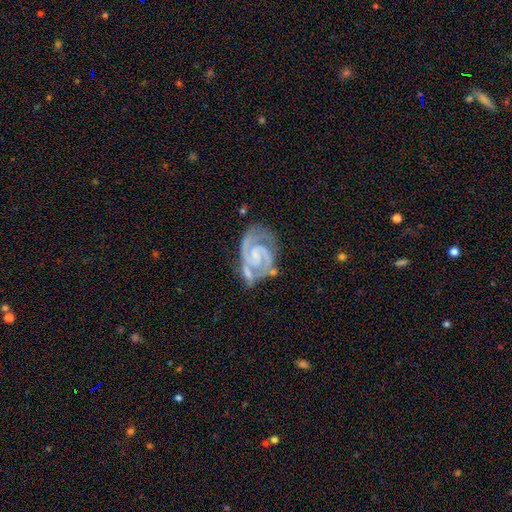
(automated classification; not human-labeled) This is clearly a featured or disk galaxy (92%). It is clearly not viewed edge-on (98%). Bar: marginally weak (44%). Spiral arm pattern: clearly yes (99%). Spiral arm count: clearly 2 (91%). Spiral winding: possibly tight (54%). Central bulge: possibly small (51%). Merging: possibly none (56%).